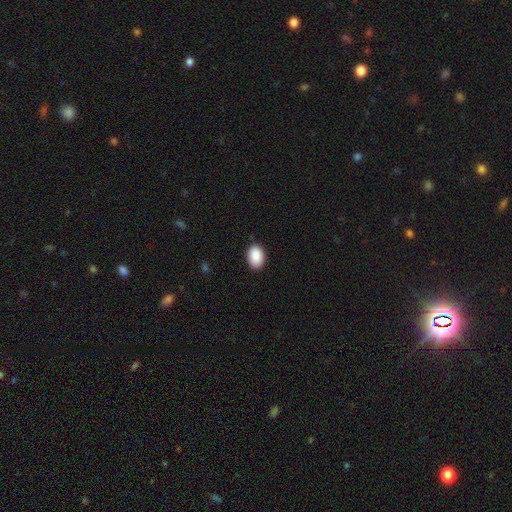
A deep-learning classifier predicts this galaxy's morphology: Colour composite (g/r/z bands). It shows a smooth galaxy with no disk features (90%) that is in between round and cigar-shaped (86%). Merging: none (88%).